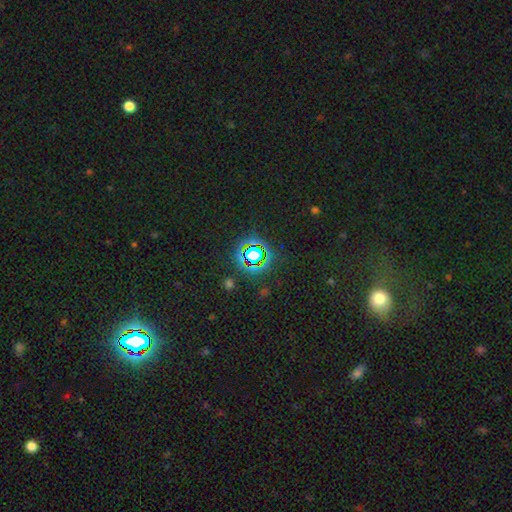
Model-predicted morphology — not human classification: Smooth or featured? star or artifact (77%)